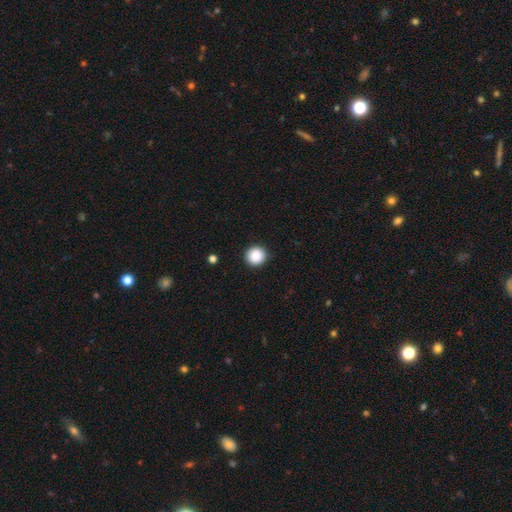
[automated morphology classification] type=smooth (88%); roundness=round (95%); merging=none (92%).